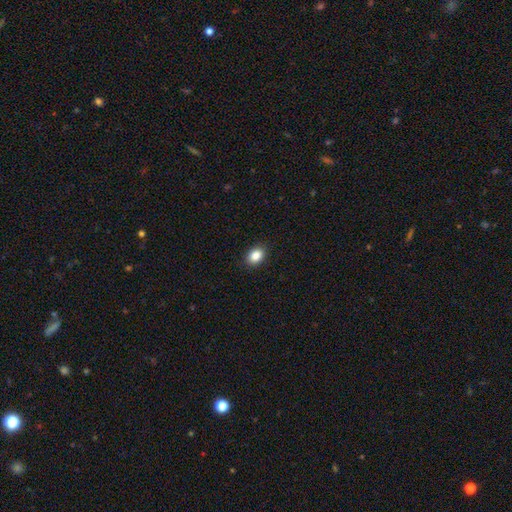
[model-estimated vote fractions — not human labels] Smooth or featured? smooth (87%)
How rounded? in between (71%)
Merging? none (90%)